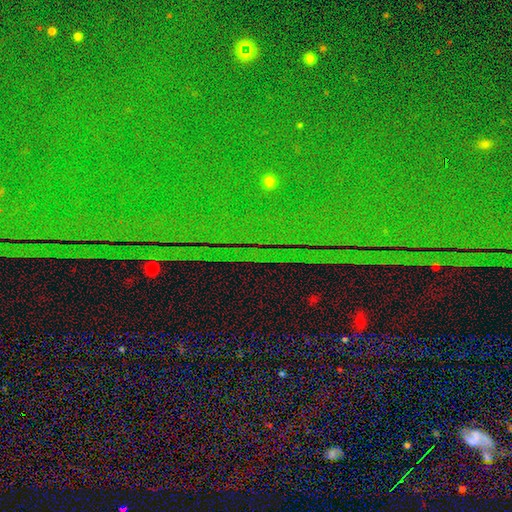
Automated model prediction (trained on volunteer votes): smooth-or-featured: star or artifact: 89% | featured or disk: 6% | smooth: 5%